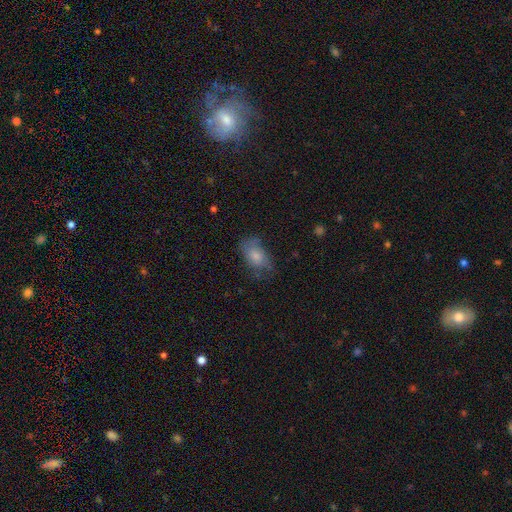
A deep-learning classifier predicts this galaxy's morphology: Q: Smooth or featured?
A: smooth (72%); runner-up: featured or disk (20%)
Q: How rounded?
A: in between (89%); runner-up: round (9%)
Q: Merging?
A: none (54%); runner-up: minor disturbance (29%)